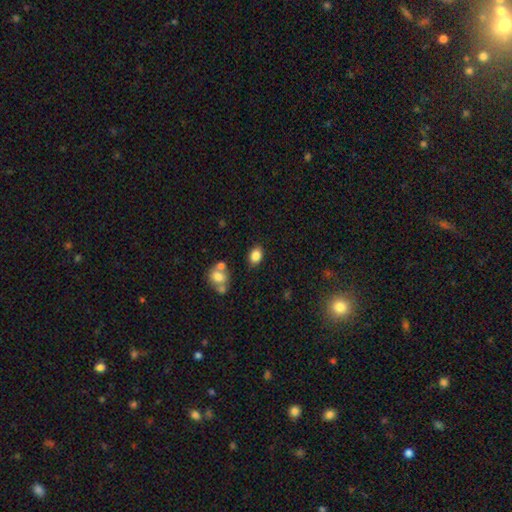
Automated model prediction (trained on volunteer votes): The model was most divided on "how rounded": in between: 77%, round: 22%, cigar-shaped: 1%. More confident: smooth or featured — smooth (84%); merging — none (80%).